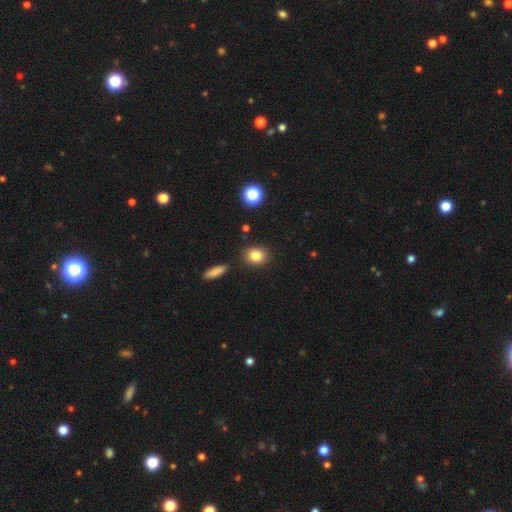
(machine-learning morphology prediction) The model was most divided on "how rounded": round: 52%, in between: 46%, cigar-shaped: 2%. More confident: merging — none (86%); smooth or featured — smooth (83%).